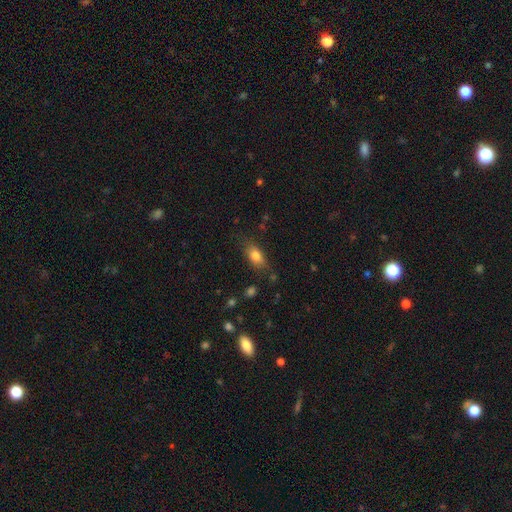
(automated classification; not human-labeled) The model was most divided on "merging": none: 73%, minor disturbance: 19%, major disturbance: 5%, merger: 2%. More confident: how rounded — in between (82%); smooth or featured — smooth (79%).